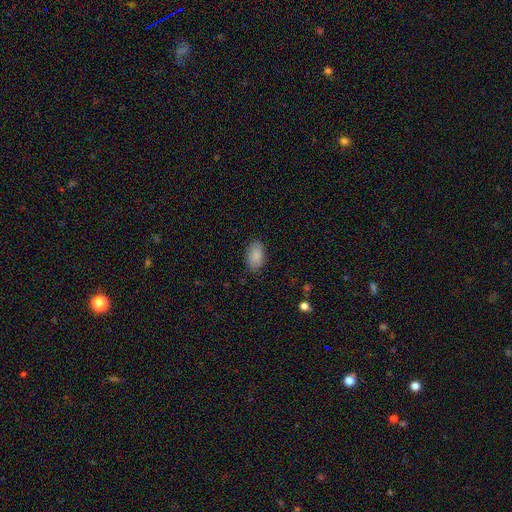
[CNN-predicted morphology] Smooth or featured?
  - smooth: 87% *
  - star or artifact: 7%
  - featured or disk: 6%
How rounded?
  - in between: 93% *
  - round: 6%
  - cigar-shaped: 1%
Merging?
  - none: 86% *
  - minor disturbance: 10%
  - major disturbance: 3%
  - merger: 1%